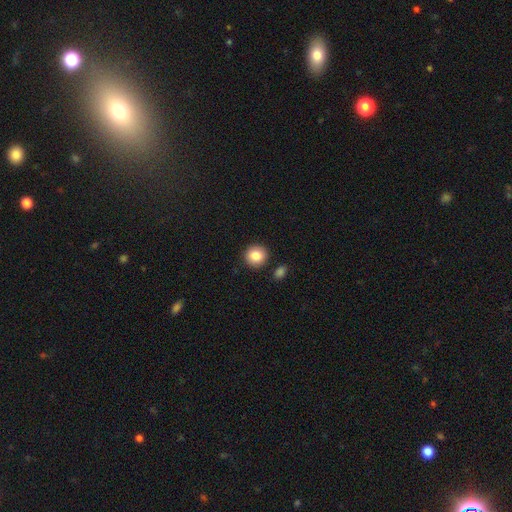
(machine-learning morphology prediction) smooth 85%, star or artifact 9%, featured or disk 6%. Down the decision tree: how rounded — round (90%); merging — none (88%).